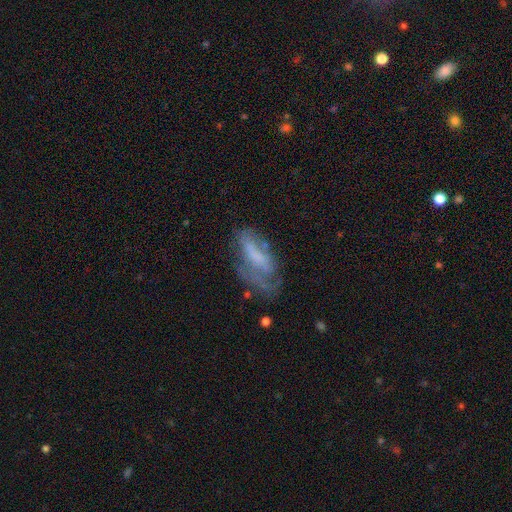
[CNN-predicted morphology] smooth-or-featured: featured or disk: 52% | smooth: 38% | star or artifact: 11%
  disk-edge-on: no: 86% | yes: 14%
  merging: none: 39% | major disturbance: 29% | minor disturbance: 27% | merger: 5%